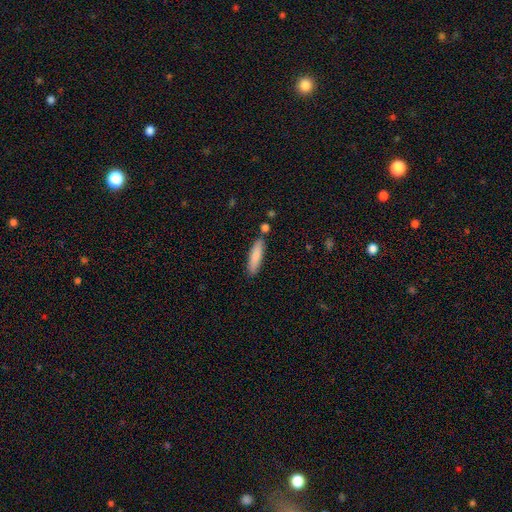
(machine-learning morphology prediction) The model was most divided on "how rounded": cigar-shaped: 73%, in between: 26%, round: 1%. More confident: smooth or featured — smooth (82%); merging — none (81%).